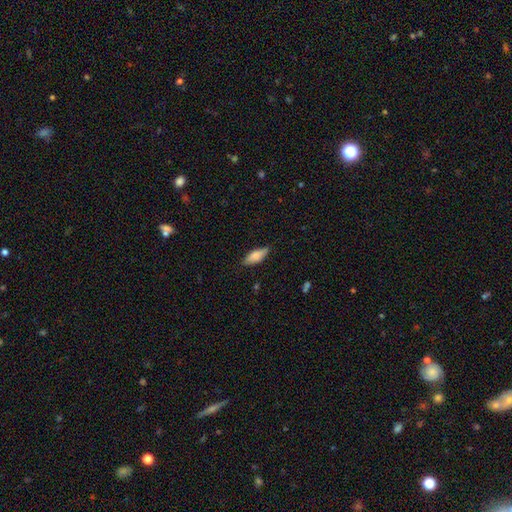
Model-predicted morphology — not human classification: smooth 80%, featured or disk 14%, star or artifact 6%. Down the decision tree: how rounded — in between (72%); merging — none (82%).